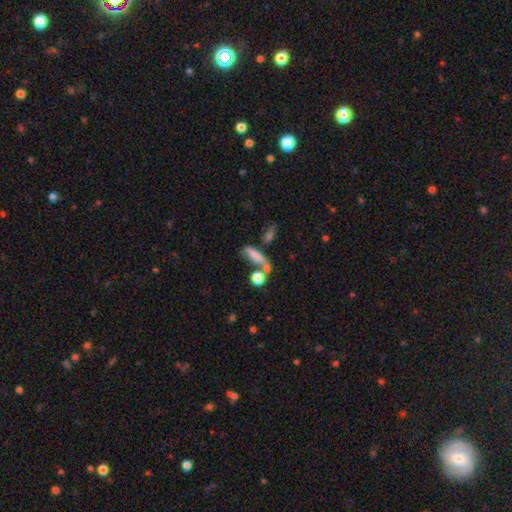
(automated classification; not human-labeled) Smooth or featured?
  - smooth: 66% *
  - featured or disk: 22%
  - star or artifact: 13%
How rounded?
  - cigar-shaped: 48% *
  - in between: 37%
  - round: 15%
Merging?
  - none: 36% *
  - merger: 35%
  - minor disturbance: 15%
  - major disturbance: 15%